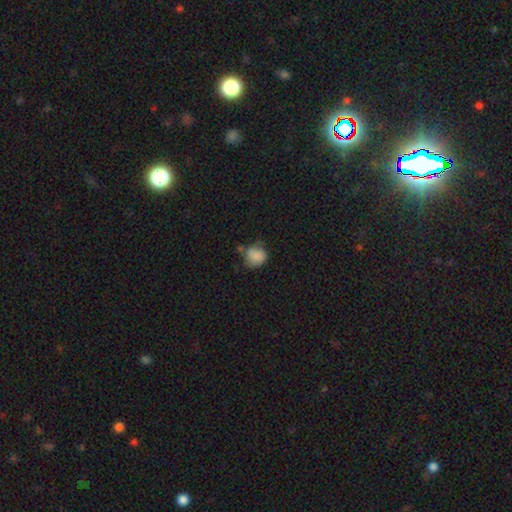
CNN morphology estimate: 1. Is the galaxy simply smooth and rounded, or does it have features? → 81% smooth, 10% featured or disk, 9% star or artifact.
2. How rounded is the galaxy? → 68% round, 31% in between, 1% cigar-shaped.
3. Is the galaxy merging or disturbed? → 45% none, 32% minor disturbance, 12% merger, 11% major disturbance.